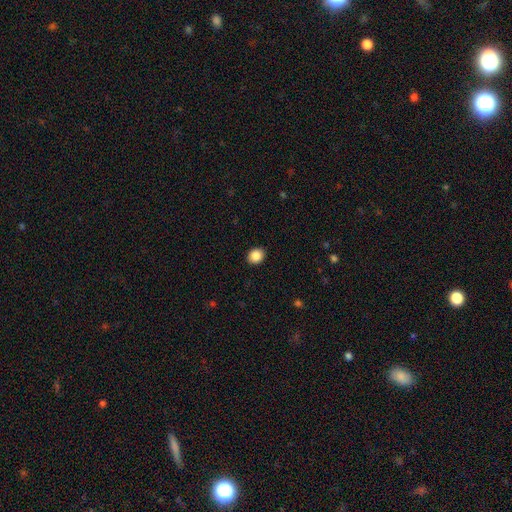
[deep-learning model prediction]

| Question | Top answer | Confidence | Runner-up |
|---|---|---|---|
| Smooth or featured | smooth | 88% | star or artifact (9%) |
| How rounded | round | 60% | in between (39%) |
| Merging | none | 91% | minor disturbance (6%) |